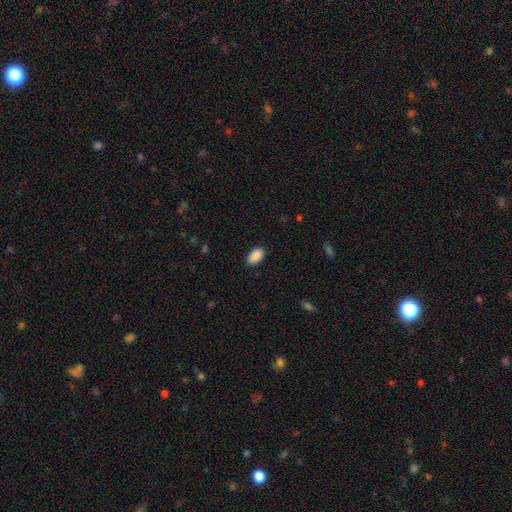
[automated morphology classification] The model was most divided on "merging": none: 88%, minor disturbance: 9%, major disturbance: 2%, merger: 1%. More confident: how rounded — in between (94%); smooth or featured — smooth (90%).